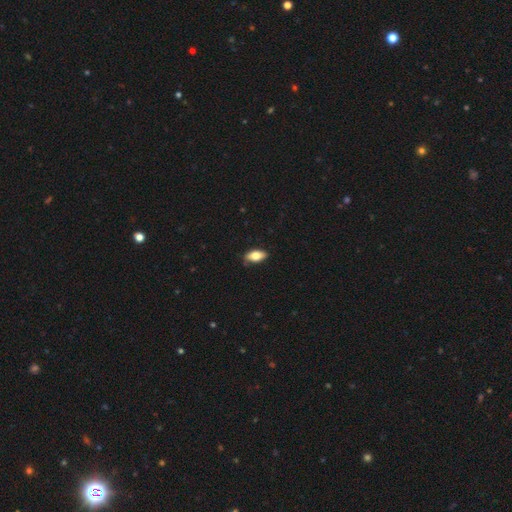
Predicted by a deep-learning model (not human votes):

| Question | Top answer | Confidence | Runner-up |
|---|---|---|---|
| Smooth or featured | smooth | 74% | featured or disk (19%) |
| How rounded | in between | 89% | cigar-shaped (7%) |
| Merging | none | 79% | minor disturbance (17%) |